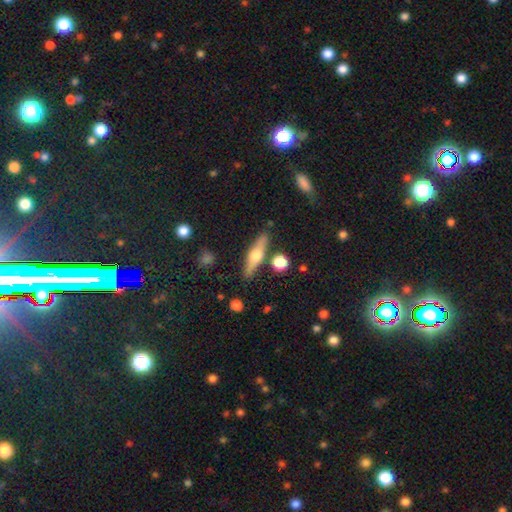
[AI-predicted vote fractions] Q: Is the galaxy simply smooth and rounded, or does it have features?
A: featured or disk — 56%.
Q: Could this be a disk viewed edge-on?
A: yes — 93%.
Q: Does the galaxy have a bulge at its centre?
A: rounded — 95%.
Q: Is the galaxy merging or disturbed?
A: none — 83%.